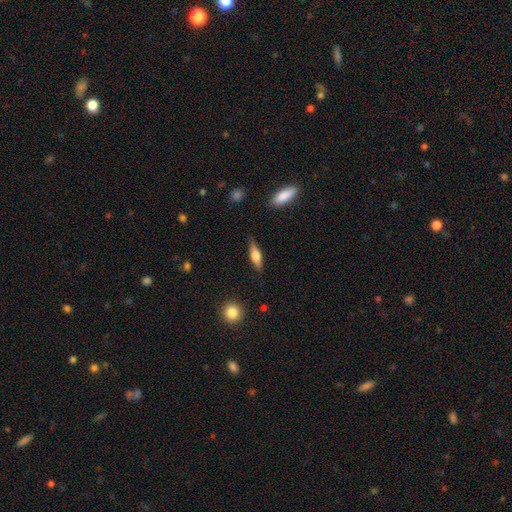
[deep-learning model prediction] A smooth galaxy with no disk features (53%) that is cigar-shaped (54%).

Vote fractions:
- Smooth or featured? smooth: 53% / featured or disk: 40% / star or artifact: 7%
- How rounded? cigar-shaped: 54% / in between: 43% / round: 3%
- Merging? none: 82% / minor disturbance: 13% / major disturbance: 3% / merger: 2%